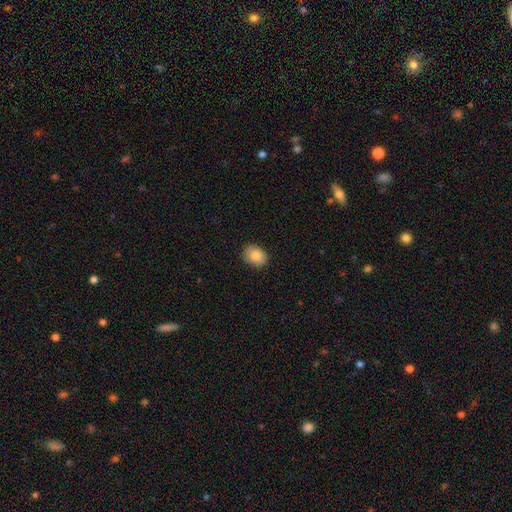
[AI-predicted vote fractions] smooth_or_featured: smooth (p=0.84) [alt: featured or disk p=0.08]
how_rounded: in between (p=0.62) [alt: round p=0.37]
merging: none (p=0.88) [alt: minor disturbance p=0.09]